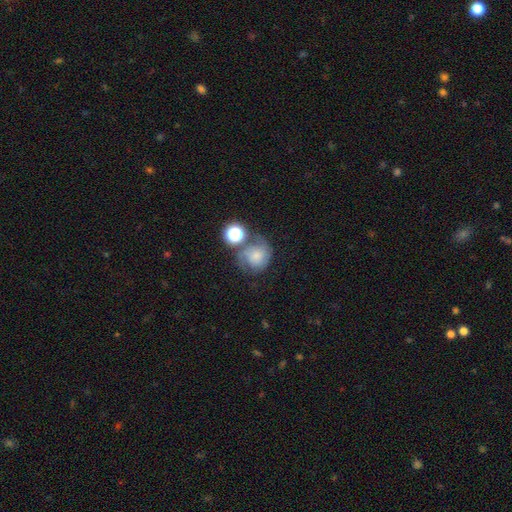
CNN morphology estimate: type=smooth (50%); merging=none (43%).